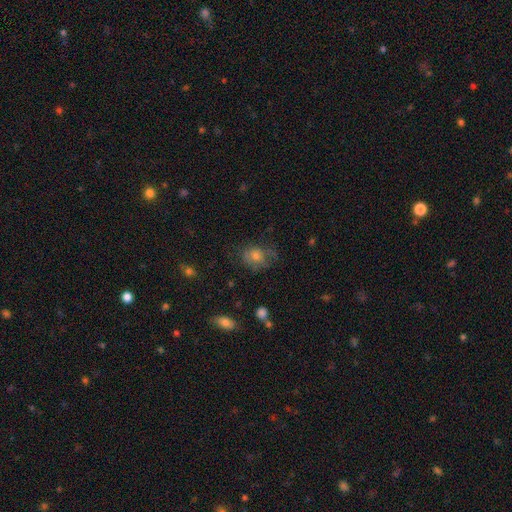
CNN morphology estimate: Smooth or featured? smooth (53%)
How rounded? round (57%)
Merging? none (59%)